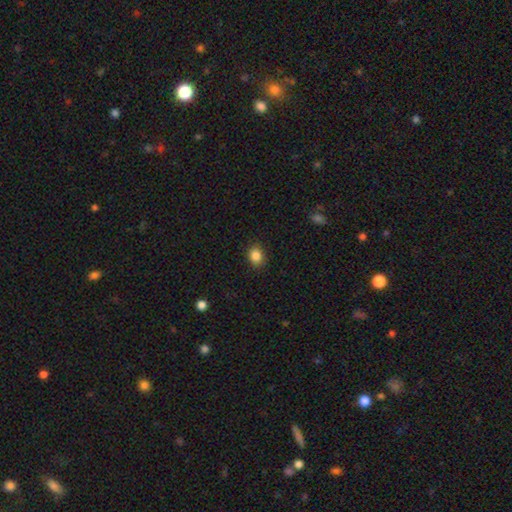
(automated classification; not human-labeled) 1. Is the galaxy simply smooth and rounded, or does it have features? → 86% smooth, 10% star or artifact, 4% featured or disk.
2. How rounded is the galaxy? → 56% round, 43% in between, 1% cigar-shaped.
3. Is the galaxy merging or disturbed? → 87% none, 10% minor disturbance, 3% major disturbance, 1% merger.